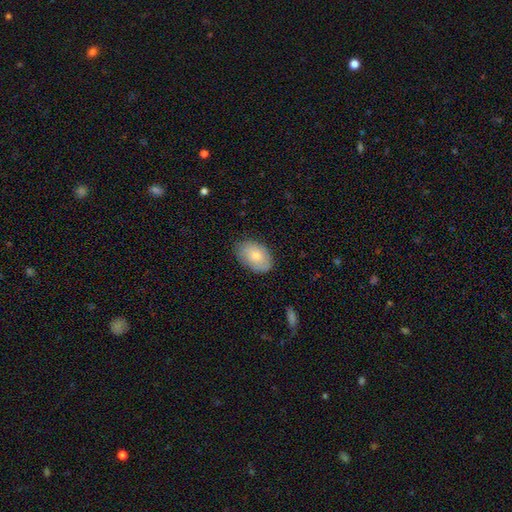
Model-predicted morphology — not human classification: A smooth galaxy with no disk features (73%) that is in between round and cigar-shaped (87%).

Vote fractions:
- Smooth or featured? smooth: 73% / featured or disk: 21% / star or artifact: 6%
- How rounded? in between: 87% / round: 12% / cigar-shaped: 1%
- Merging? none: 77% / minor disturbance: 19% / major disturbance: 4% / merger: 1%